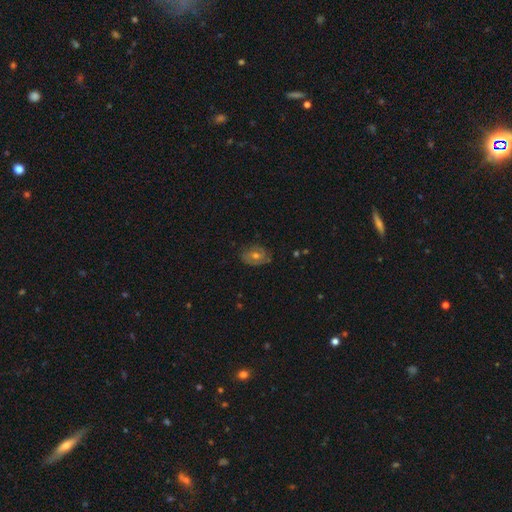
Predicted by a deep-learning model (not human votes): Morphology: type=featured or disk (59%); edge-on=no (95%); bar=no (63%); spiral arms=yes (71%); bulge=moderate (66%); merging=none (78%).